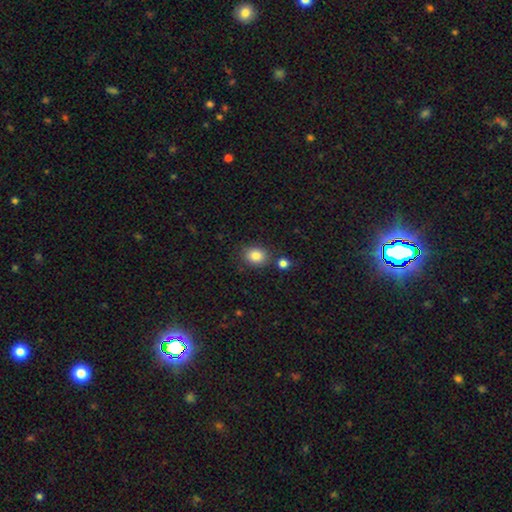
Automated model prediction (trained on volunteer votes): Smooth or featured: smooth — 83% (star or artifact — 10%)
How rounded: round — 57% (in between — 42%)
Merging: none — 78% (minor disturbance — 11%)